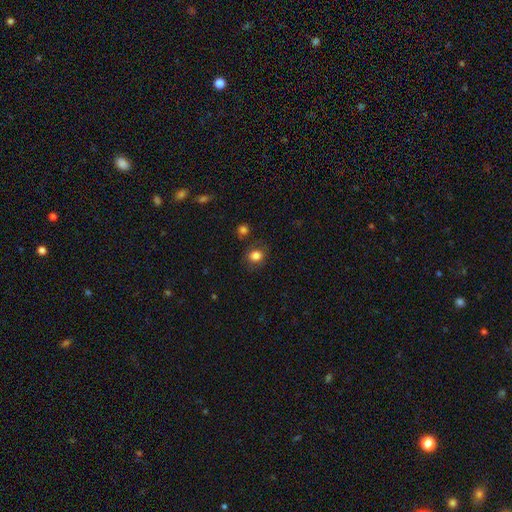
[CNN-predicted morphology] Smooth or featured? Predicted: smooth (p=0.82). How rounded? Predicted: round (p=0.66). Merging? Predicted: none (p=0.78).